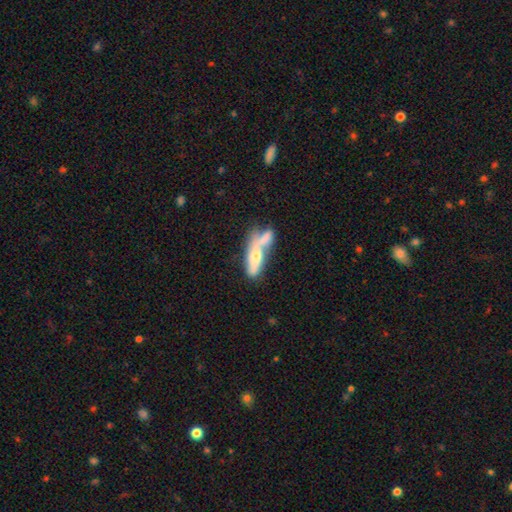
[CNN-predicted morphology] A smooth galaxy with no disk features (56%) that is in between round and cigar-shaped (54%).

Vote fractions:
- Smooth or featured? smooth: 56% / featured or disk: 37% / star or artifact: 7%
- How rounded? in between: 54% / cigar-shaped: 43% / round: 3%
- Merging? merger: 57% / none: 22% / minor disturbance: 12% / major disturbance: 8%